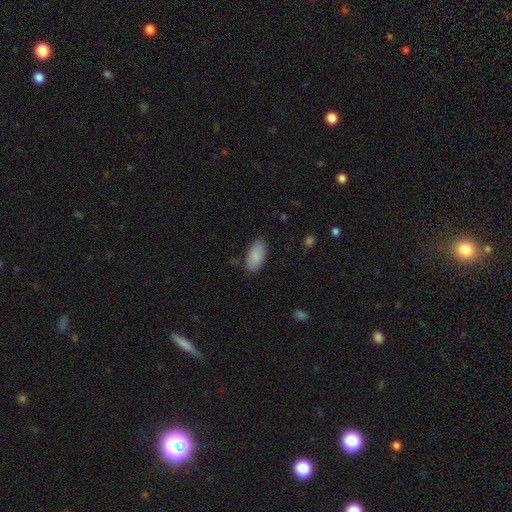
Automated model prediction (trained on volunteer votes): smooth_or_featured: smooth (p=0.89) [alt: star or artifact p=0.06]
how_rounded: in between (p=0.94) [alt: cigar-shaped p=0.04]
merging: none (p=0.85) [alt: minor disturbance p=0.12]